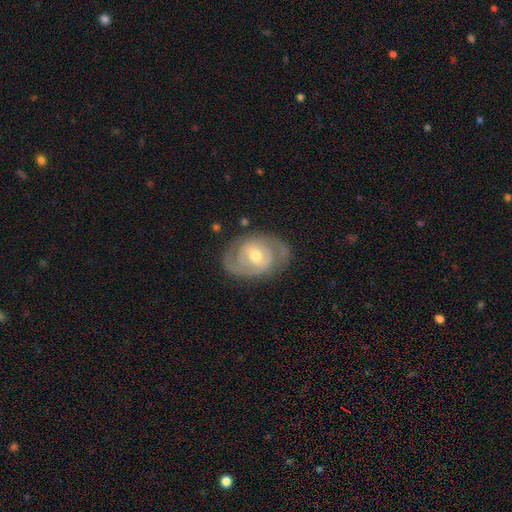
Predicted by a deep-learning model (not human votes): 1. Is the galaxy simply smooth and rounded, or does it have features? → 81% featured or disk, 14% smooth, 5% star or artifact.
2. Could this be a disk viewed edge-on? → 96% no, 4% yes.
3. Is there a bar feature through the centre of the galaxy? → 49% no, 39% weak, 12% strong.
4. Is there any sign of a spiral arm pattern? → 86% yes, 14% no.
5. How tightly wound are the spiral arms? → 55% tight, 35% medium, 10% loose.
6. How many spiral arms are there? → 75% 2, 14% can't tell, 4% 3, 4% 1, 1% 4, 1% more than 4.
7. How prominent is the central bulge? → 65% moderate, 30% small, 3% large, 1% none, 1% dominant.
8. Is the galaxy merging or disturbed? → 76% none, 16% minor disturbance, 7% major disturbance, 1% merger.